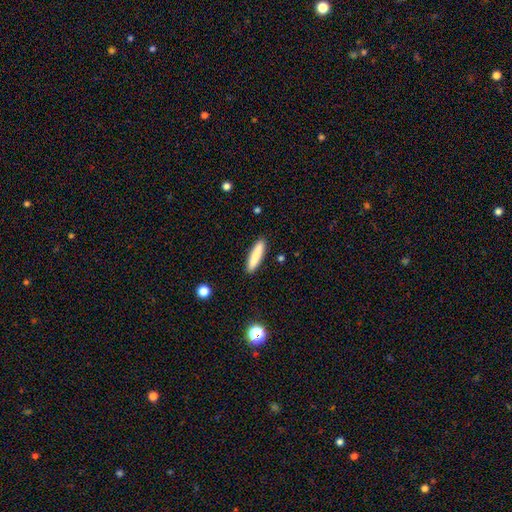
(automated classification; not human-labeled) Overall: smooth (83%). How rounded: cigar-shaped (87%). Merging: none (90%).